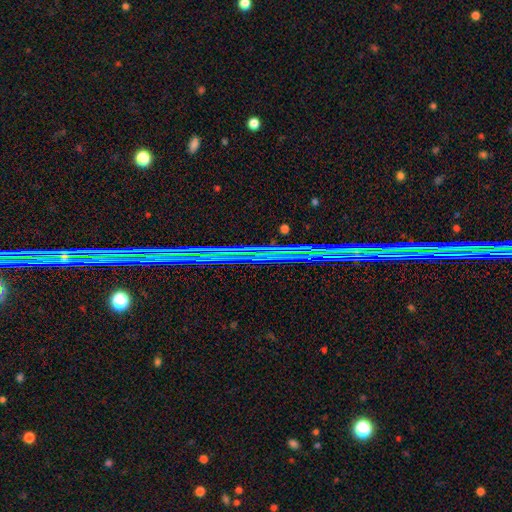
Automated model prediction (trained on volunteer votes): Overall: star or artifact (87%).